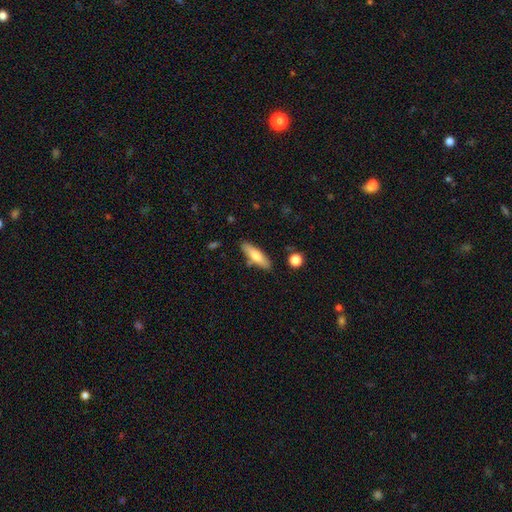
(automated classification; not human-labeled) This is likely a smooth galaxy (66%). How rounded: possibly cigar-shaped (59%). Merging: clearly none (82%).